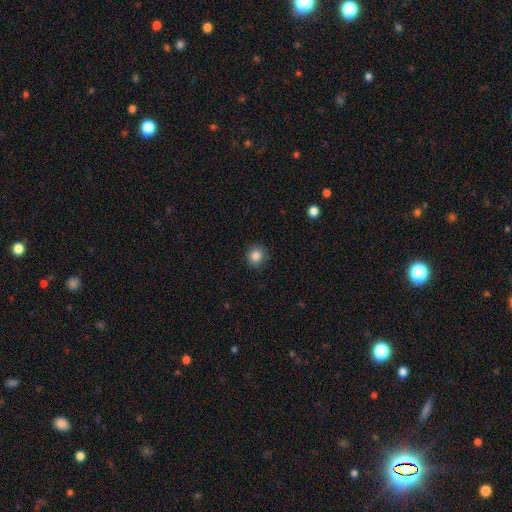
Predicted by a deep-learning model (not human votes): The model was most divided on "smooth or featured": smooth: 86%, star or artifact: 10%, featured or disk: 4%. More confident: how rounded — round (89%); merging — none (88%).